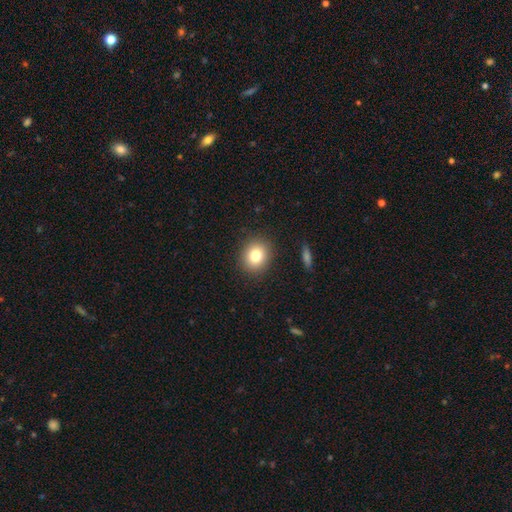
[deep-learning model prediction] Smooth or featured: smooth — 80% (star or artifact — 11%)
How rounded: round — 68% (in between — 31%)
Merging: none — 89% (minor disturbance — 7%)